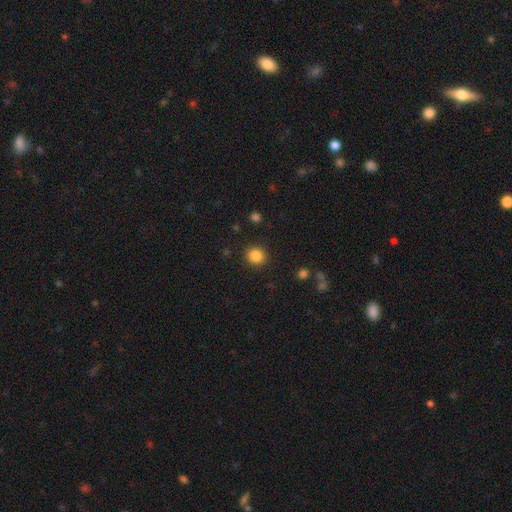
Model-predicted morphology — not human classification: smooth_or_featured: smooth (p=0.86) [alt: star or artifact p=0.11]
how_rounded: round (p=0.87) [alt: in between p=0.12]
merging: none (p=0.90) [alt: minor disturbance p=0.06]